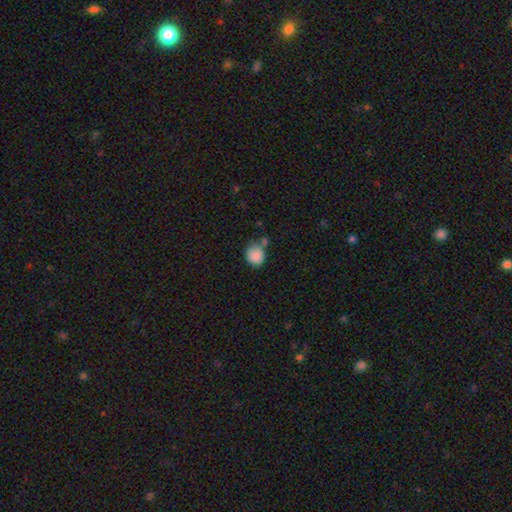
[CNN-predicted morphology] Smooth or featured? smooth (87%)
How rounded? round (82%)
Merging? none (61%)